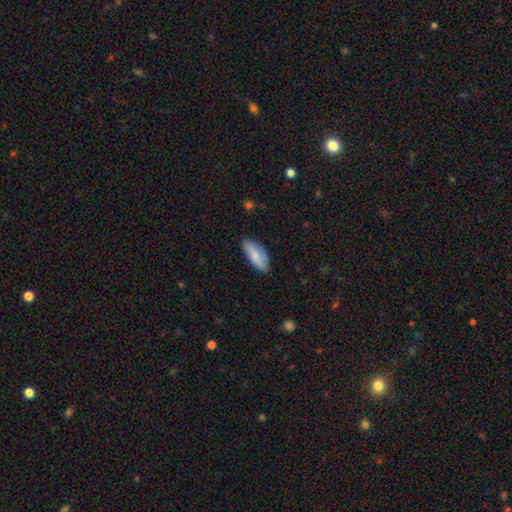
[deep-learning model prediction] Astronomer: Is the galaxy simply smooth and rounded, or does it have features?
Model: smooth — 79%.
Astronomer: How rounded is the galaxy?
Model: in between — 75%.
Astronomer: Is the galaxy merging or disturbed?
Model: none — 81%.